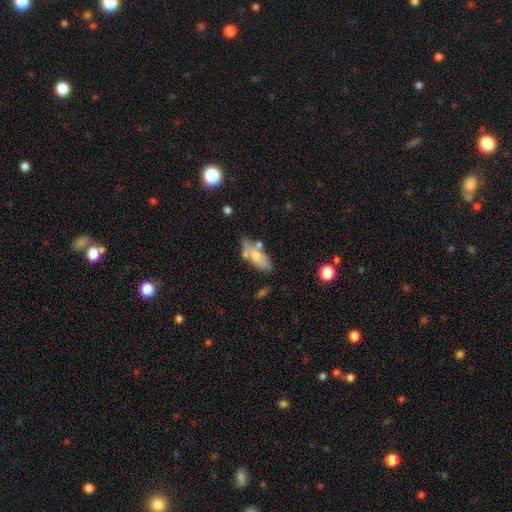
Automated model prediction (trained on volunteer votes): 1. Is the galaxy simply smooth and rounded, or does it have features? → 61% smooth, 32% featured or disk, 7% star or artifact.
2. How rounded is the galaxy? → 79% in between, 18% cigar-shaped, 3% round.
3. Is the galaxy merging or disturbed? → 46% none, 23% minor disturbance, 22% merger, 9% major disturbance.